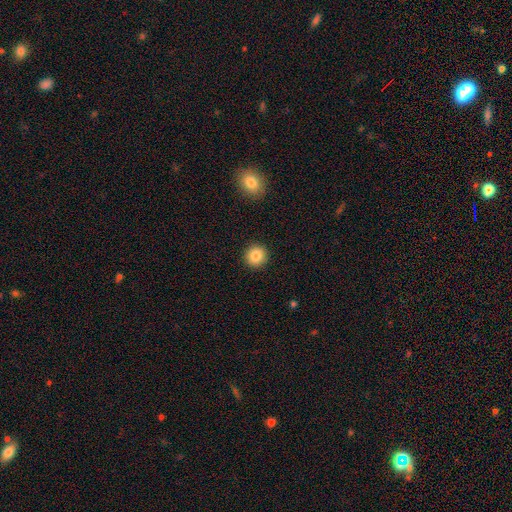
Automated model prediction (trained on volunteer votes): The model was most divided on "smooth or featured": smooth: 85%, star or artifact: 10%, featured or disk: 6%. More confident: how rounded — round (94%); merging — none (93%).